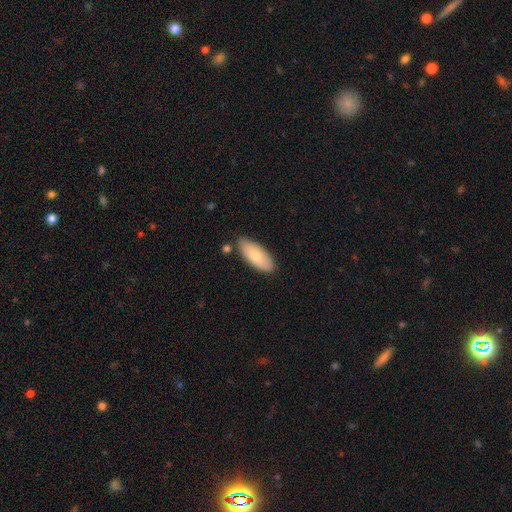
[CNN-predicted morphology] This appears to be a smooth galaxy with no disk features (78%) that is in between round and cigar-shaped (83%). Merging: none (79%).